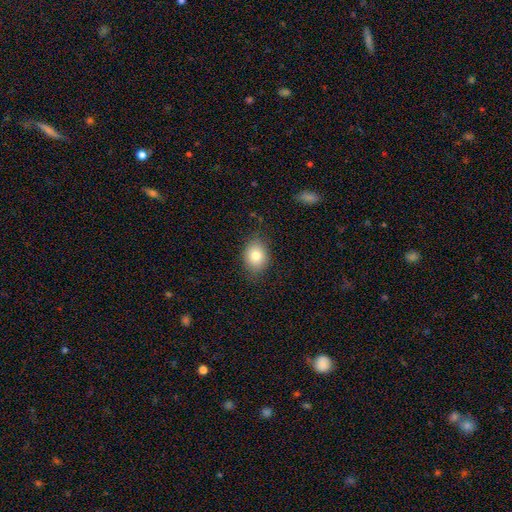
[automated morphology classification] smooth 80%, featured or disk 11%, star or artifact 9%. Down the decision tree: how rounded — in between (55%); merging — none (82%).